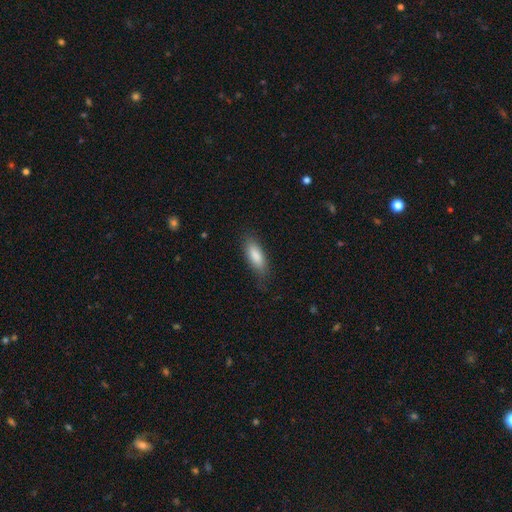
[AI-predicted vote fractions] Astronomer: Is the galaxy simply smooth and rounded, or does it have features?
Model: smooth — 85%.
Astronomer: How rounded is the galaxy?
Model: in between — 71%.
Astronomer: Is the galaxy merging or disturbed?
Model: none — 78%.